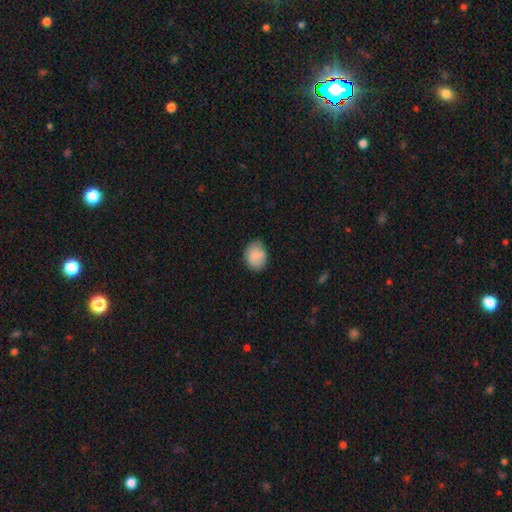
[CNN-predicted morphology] Smooth or featured?
  - smooth: 87% *
  - star or artifact: 7%
  - featured or disk: 6%
How rounded?
  - in between: 55% *
  - round: 44%
  - cigar-shaped: 1%
Merging?
  - none: 76% *
  - minor disturbance: 19%
  - major disturbance: 3%
  - merger: 1%